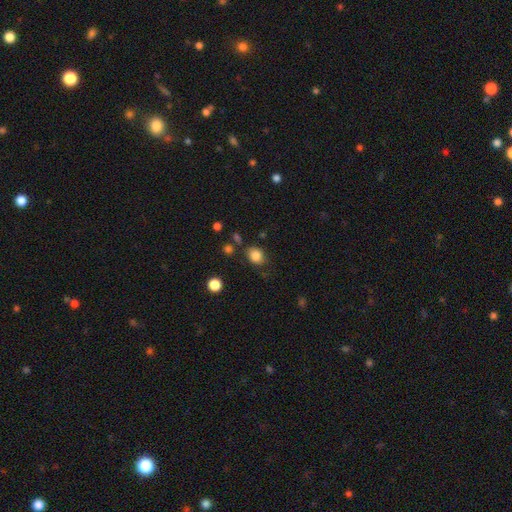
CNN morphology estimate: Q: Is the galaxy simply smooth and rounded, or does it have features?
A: smooth — 84%.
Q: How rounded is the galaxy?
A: in between — 50%.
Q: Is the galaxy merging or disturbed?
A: none — 74%.